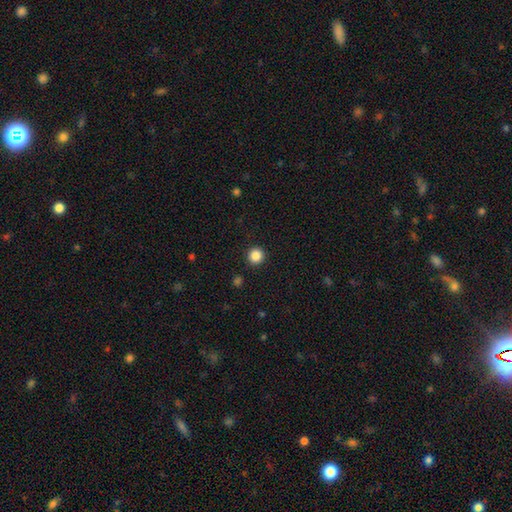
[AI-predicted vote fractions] The model was most divided on "smooth or featured": smooth: 86%, star or artifact: 10%, featured or disk: 3%. More confident: how rounded — round (95%); merging — none (93%).